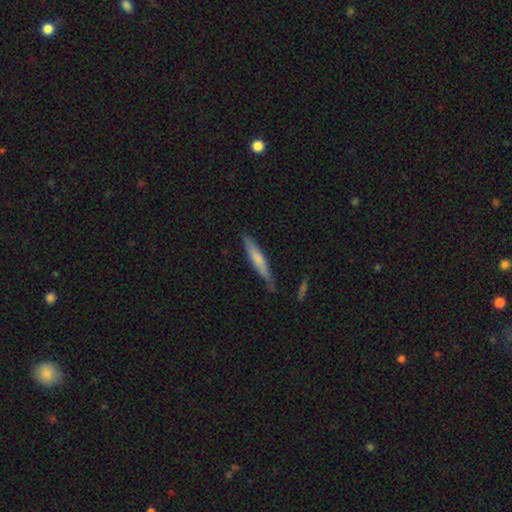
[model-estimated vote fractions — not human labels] This is possibly a smooth galaxy (48%). Merging: clearly none (84%).